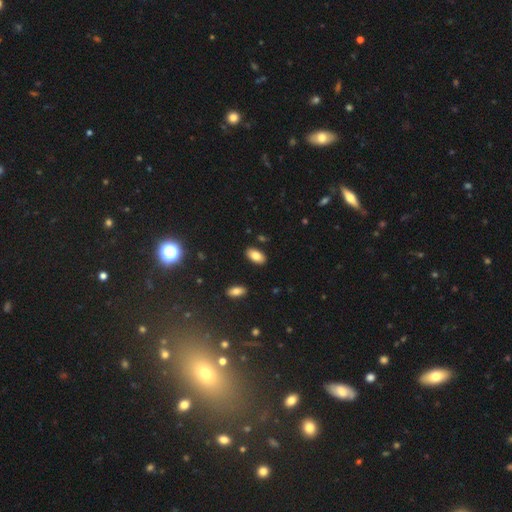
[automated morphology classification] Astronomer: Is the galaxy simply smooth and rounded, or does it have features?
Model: smooth — 82%.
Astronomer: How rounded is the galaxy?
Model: in between — 93%.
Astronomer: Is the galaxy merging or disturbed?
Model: none — 87%.